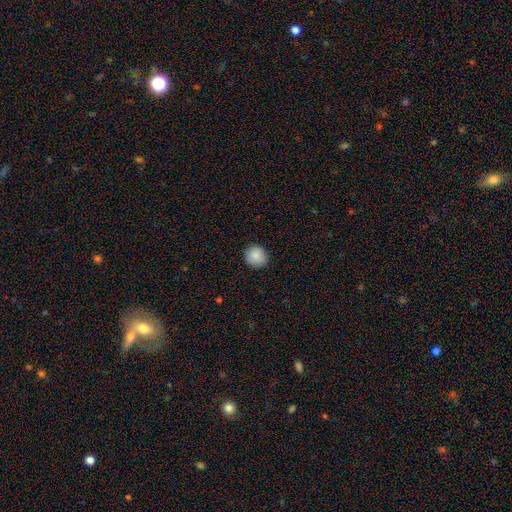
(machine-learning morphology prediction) Overall: smooth (86%). How rounded: round (90%). Merging: none (90%).